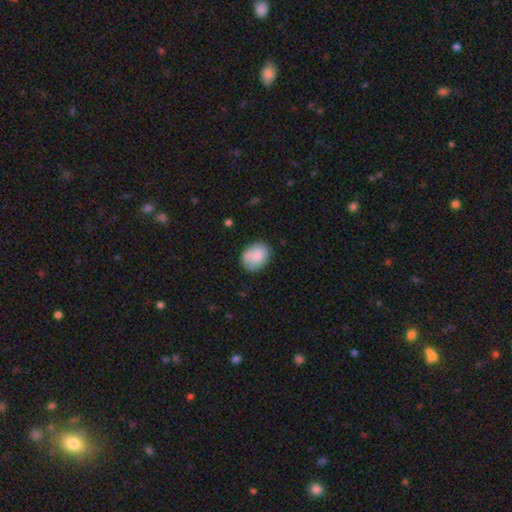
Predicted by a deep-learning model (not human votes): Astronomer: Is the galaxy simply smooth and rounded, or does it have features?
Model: smooth — 82%.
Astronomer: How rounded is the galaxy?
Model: in between — 59% (runner-up: round, 40%).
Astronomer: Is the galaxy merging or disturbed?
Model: none — 74%.